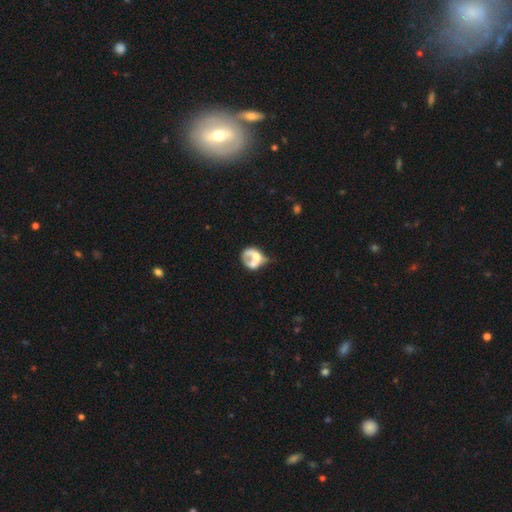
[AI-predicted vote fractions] Overall: smooth (48%; featured or disk 42%). Merging: major disturbance (38%; none 28%).